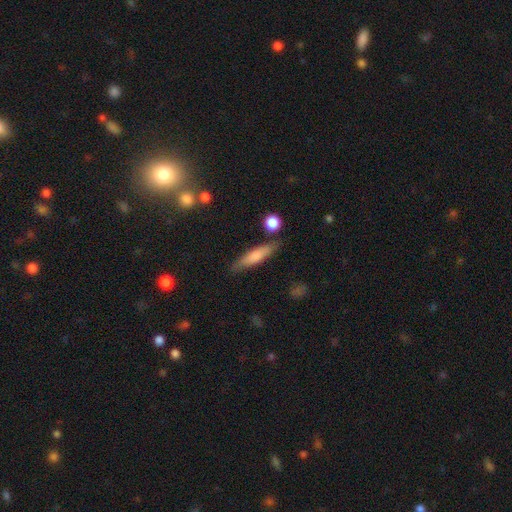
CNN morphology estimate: Smooth or featured?
  - smooth: 67% *
  - featured or disk: 27%
  - star or artifact: 6%
How rounded?
  - cigar-shaped: 79% *
  - in between: 19%
  - round: 2%
Merging?
  - none: 80% *
  - minor disturbance: 12%
  - merger: 4%
  - major disturbance: 3%